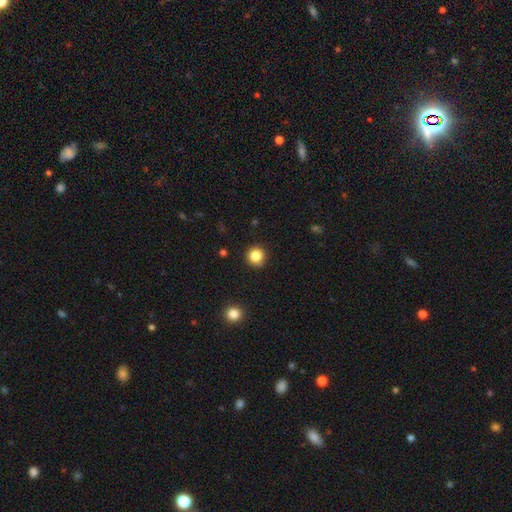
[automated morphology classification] Q: Smooth or featured?
A: smooth (84%); runner-up: star or artifact (11%)
Q: How rounded?
A: round (93%); runner-up: in between (6%)
Q: Merging?
A: none (90%); runner-up: minor disturbance (7%)